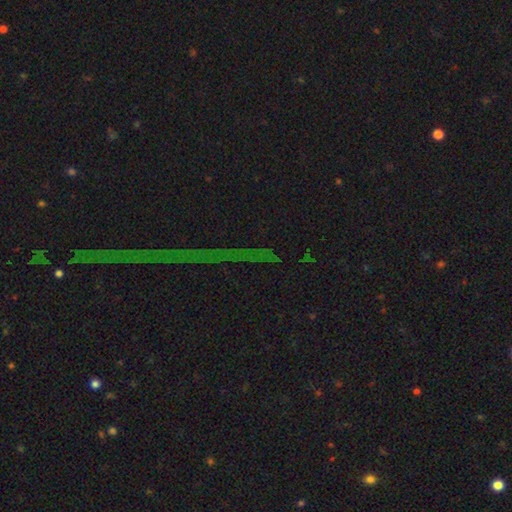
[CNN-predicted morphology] star or artifact 81%, featured or disk 10%, smooth 9%.